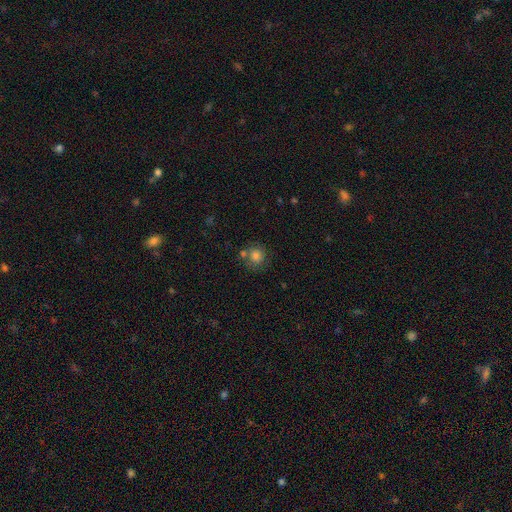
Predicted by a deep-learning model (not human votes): Overall: smooth (80%). How rounded: round (88%). Merging: none (64%).